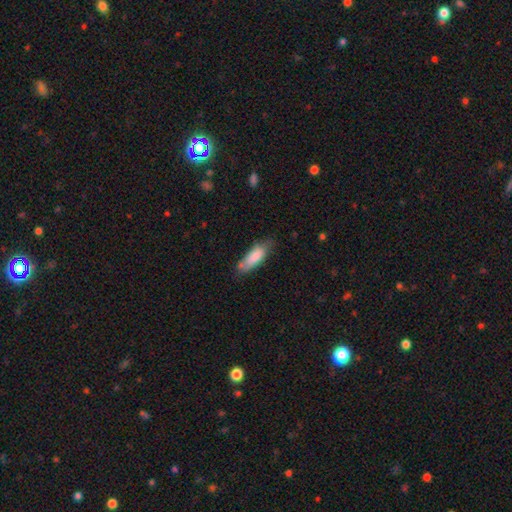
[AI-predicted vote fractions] Overall: smooth (81%). How rounded: in between (59%; cigar-shaped 39%). Merging: none (64%; minor disturbance 27%).